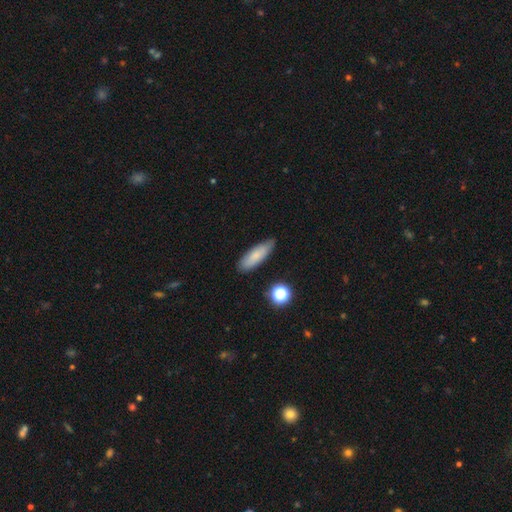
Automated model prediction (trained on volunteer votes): A smooth galaxy with no disk features (79%) that is in between round and cigar-shaped (52%). Merging: none (80%).